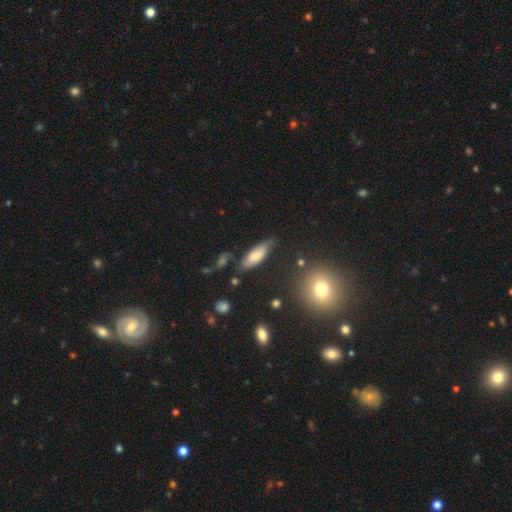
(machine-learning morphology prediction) smooth-or-featured: smooth: 67% | featured or disk: 25% | star or artifact: 8%
  how-rounded: in between: 65% | cigar-shaped: 33% | round: 3%
  merging: none: 57% | minor disturbance: 29% | major disturbance: 9% | merger: 5%